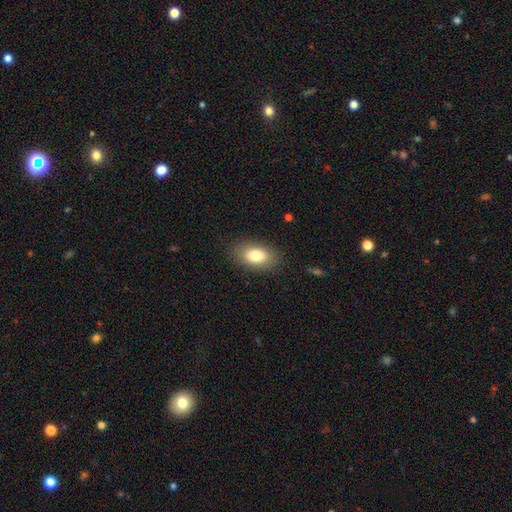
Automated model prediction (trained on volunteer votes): smooth-or-featured: smooth: 80% | featured or disk: 12% | star or artifact: 8%
  how-rounded: in between: 89% | round: 8% | cigar-shaped: 3%
  merging: none: 85% | minor disturbance: 10% | major disturbance: 3% | merger: 1%